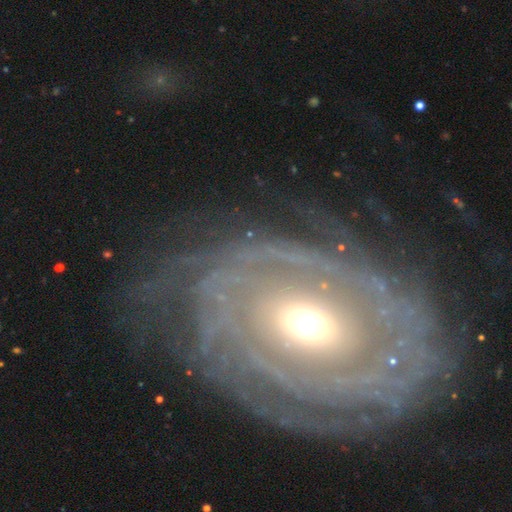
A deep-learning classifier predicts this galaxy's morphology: Smooth or featured?
  - featured or disk: 86% *
  - smooth: 8%
  - star or artifact: 6%
Edge-on disk?
  - no: 95% *
  - yes: 5%
Bar?
  - no: 59% *
  - weak: 26%
  - strong: 14%
Spiral arms?
  - yes: 90% *
  - no: 10%
Spiral winding?
  - tight: 80% *
  - medium: 15%
  - loose: 5%
Spiral arm count?
  - can't tell: 40% *
  - 2: 14%
  - more than 4: 14%
  - 3: 13%
  - 4: 12%
  - 1: 7%
Bulge size?
  - moderate: 67% *
  - small: 23%
  - large: 8%
  - dominant: 1%
  - none: 1%
Merging?
  - none: 74% *
  - minor disturbance: 16%
  - major disturbance: 9%
  - merger: 2%